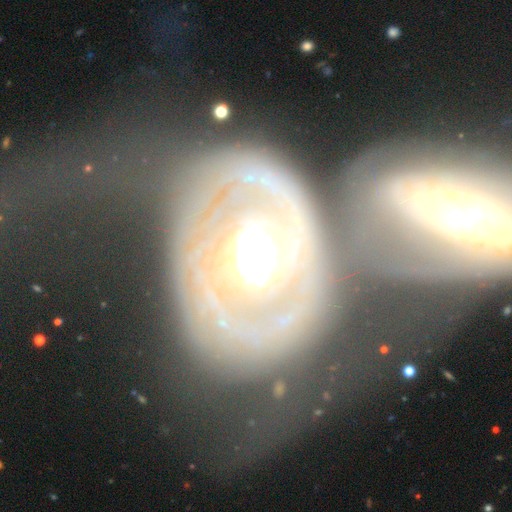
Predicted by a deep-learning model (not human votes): Smooth or featured? featured or disk (79%)
Edge-on disk? no (96%)
Bar? no (66%)
Spiral arms? yes (59%)
Bulge size? moderate (54%)
Merging? merger (35%)